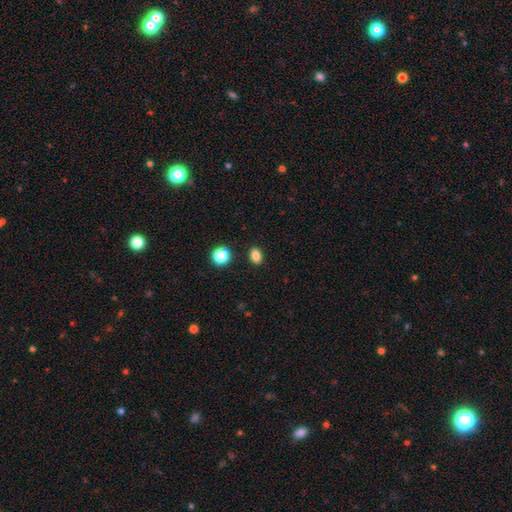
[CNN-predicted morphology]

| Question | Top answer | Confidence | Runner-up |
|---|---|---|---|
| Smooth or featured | smooth | 84% | star or artifact (12%) |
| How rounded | in between | 71% | round (27%) |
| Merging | none | 88% | minor disturbance (8%) |